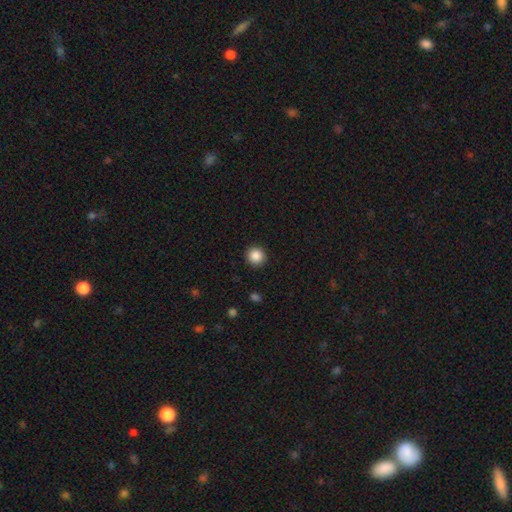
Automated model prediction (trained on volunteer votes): smooth 87%, star or artifact 9%, featured or disk 3%. Down the decision tree: how rounded — round (94%); merging — none (92%).